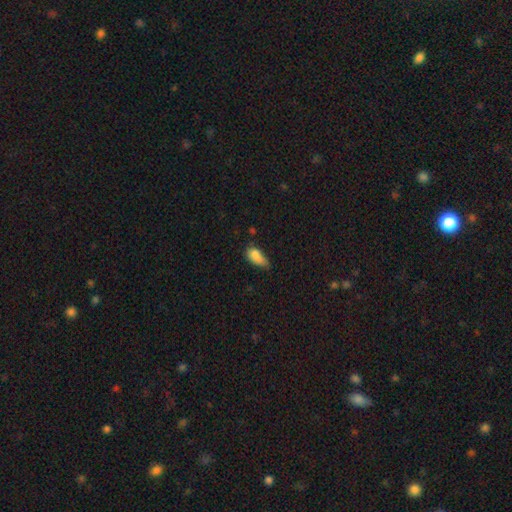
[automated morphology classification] Overall: smooth (82%). How rounded: in between (86%). Merging: minor disturbance (46%; none 33%).